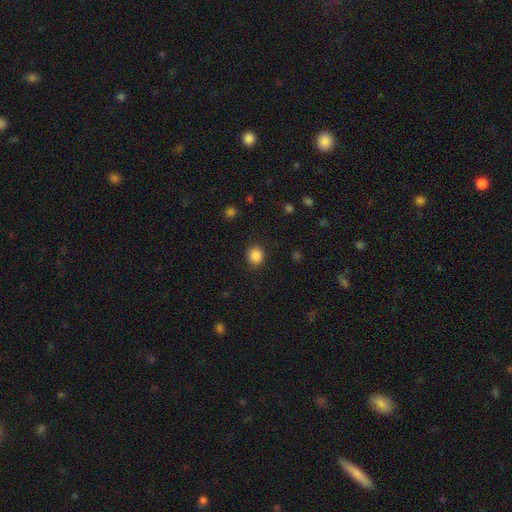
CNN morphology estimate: Smooth or featured?
  - smooth: 87% *
  - star or artifact: 10%
  - featured or disk: 3%
How rounded?
  - round: 83% *
  - in between: 16%
  - cigar-shaped: 1%
Merging?
  - none: 89% *
  - minor disturbance: 7%
  - major disturbance: 3%
  - merger: 1%